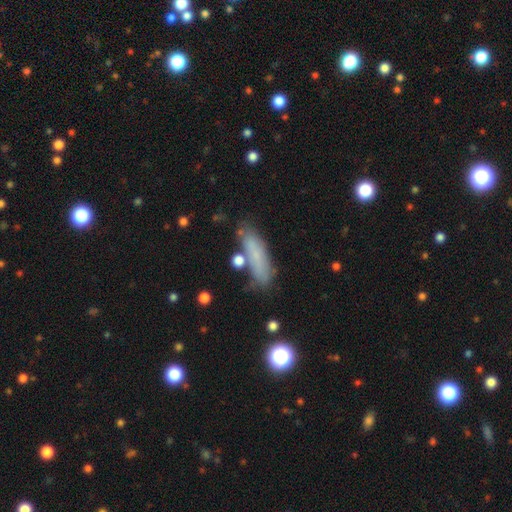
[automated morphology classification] type=smooth (69%); roundness=cigar-shaped (61%); merging=none (66%).